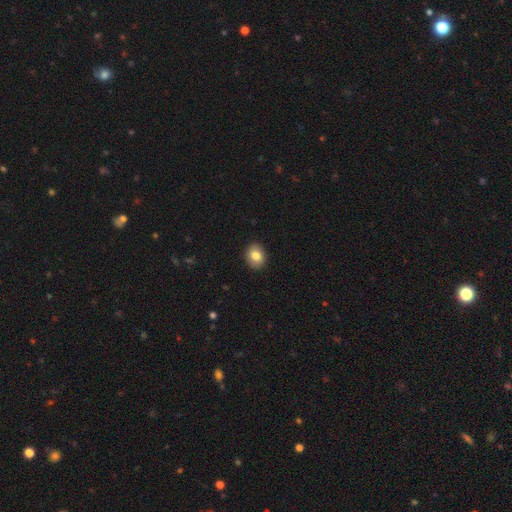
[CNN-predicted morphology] This is clearly a smooth galaxy (82%). How rounded: possibly round (55%). Merging: clearly none (90%).